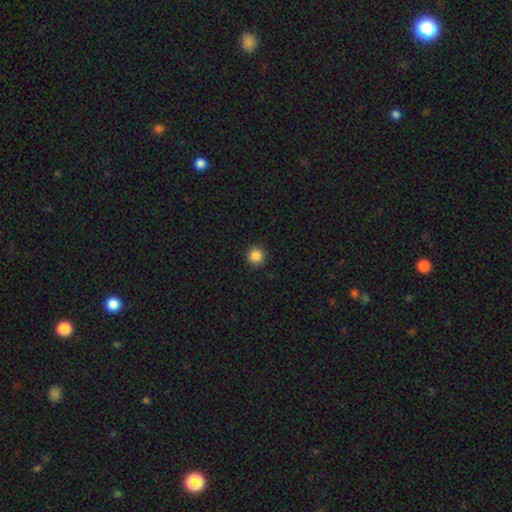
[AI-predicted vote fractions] Q: Smooth or featured?
A: smooth (86%); runner-up: star or artifact (11%)
Q: How rounded?
A: round (96%); runner-up: in between (3%)
Q: Merging?
A: none (93%); runner-up: minor disturbance (5%)